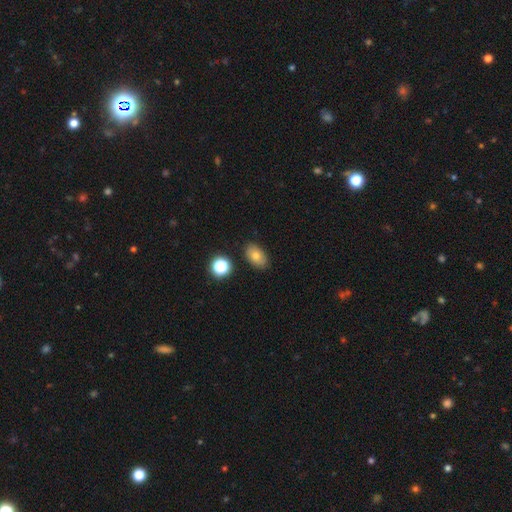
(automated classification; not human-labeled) Smooth or featured? smooth (72%)
How rounded? in between (85%)
Merging? none (83%)